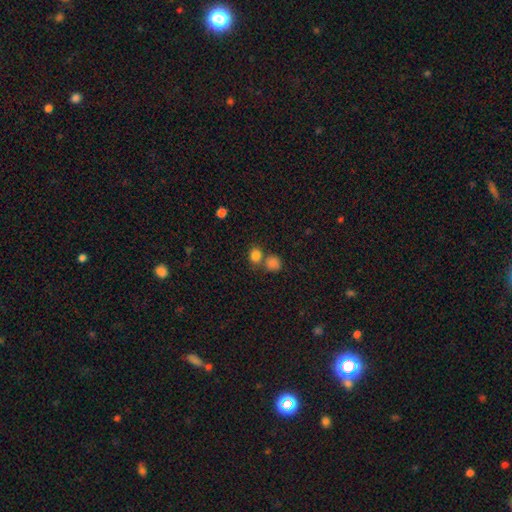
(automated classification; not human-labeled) Q: Smooth or featured?
A: smooth (82%); runner-up: star or artifact (12%)
Q: How rounded?
A: round (71%); runner-up: in between (28%)
Q: Merging?
A: none (53%); runner-up: merger (34%)